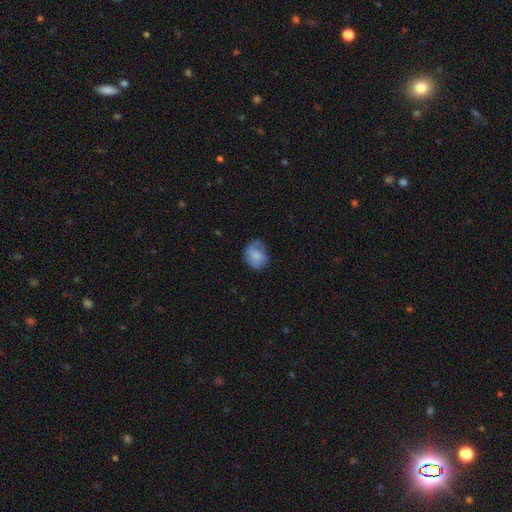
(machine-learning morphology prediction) Smooth or featured? smooth (72%)
How rounded? in between (53%)
Merging? none (62%)